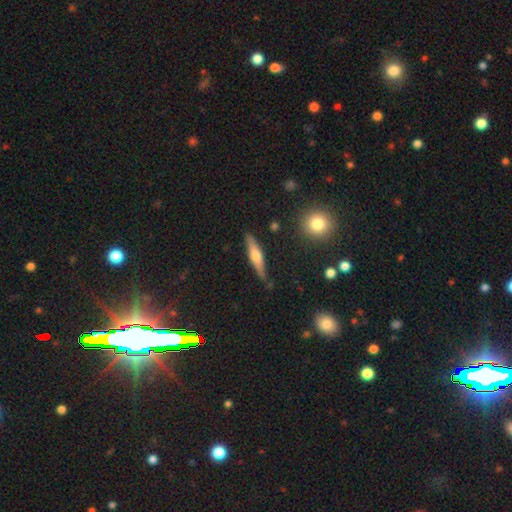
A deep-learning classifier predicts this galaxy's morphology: Smooth or featured?
  - featured or disk: 49% *
  - smooth: 44%
  - star or artifact: 7%
Merging?
  - none: 81% *
  - minor disturbance: 14%
  - major disturbance: 3%
  - merger: 2%